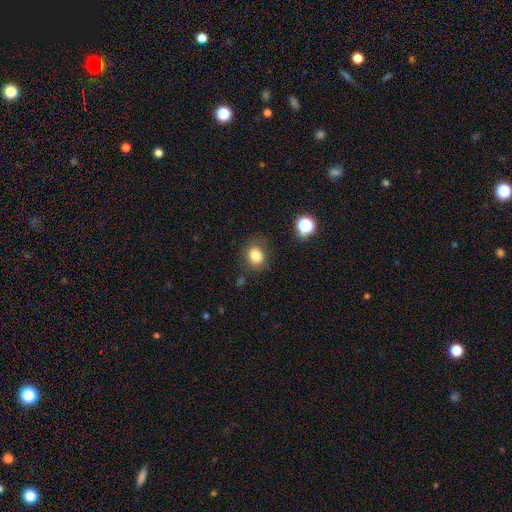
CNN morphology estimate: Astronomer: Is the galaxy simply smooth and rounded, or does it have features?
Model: smooth — 81%.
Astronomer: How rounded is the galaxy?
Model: round — 57% (runner-up: in between, 42%).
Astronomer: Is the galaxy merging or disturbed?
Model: none — 76%.